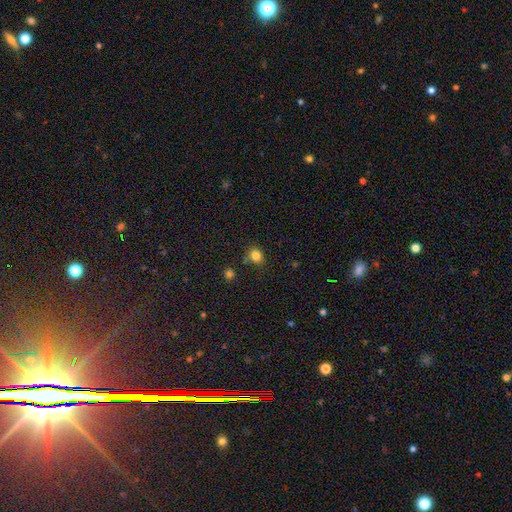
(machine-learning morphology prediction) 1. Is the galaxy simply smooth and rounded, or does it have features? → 82% smooth, 13% star or artifact, 5% featured or disk.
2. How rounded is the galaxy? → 65% round, 35% in between, 1% cigar-shaped.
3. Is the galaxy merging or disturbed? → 74% none, 16% minor disturbance, 6% merger, 4% major disturbance.